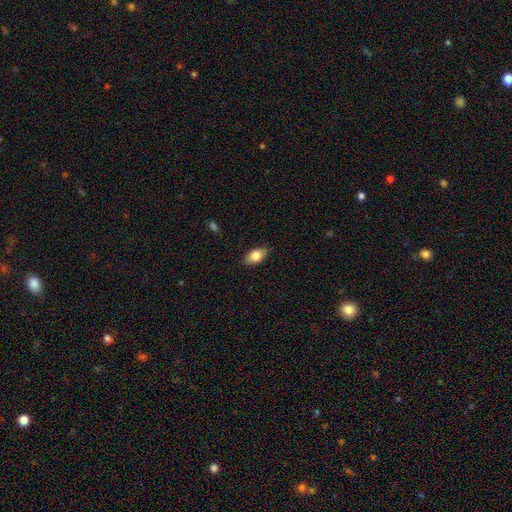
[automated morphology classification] smooth_or_featured: smooth (p=0.78) [alt: featured or disk p=0.15]
how_rounded: in between (p=0.90) [alt: round p=0.05]
merging: none (p=0.86) [alt: minor disturbance p=0.11]